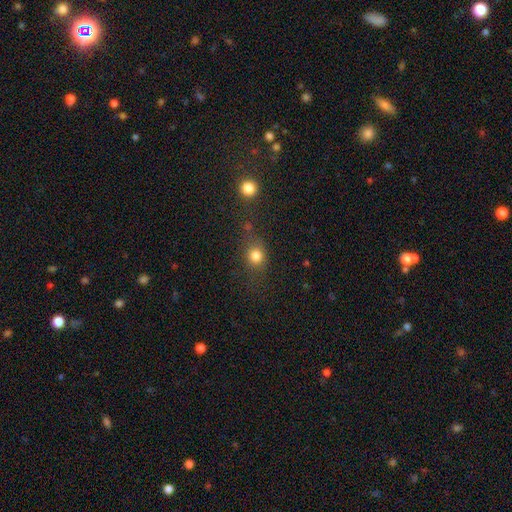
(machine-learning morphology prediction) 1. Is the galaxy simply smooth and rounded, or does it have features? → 79% smooth, 14% star or artifact, 7% featured or disk.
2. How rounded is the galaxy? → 75% round, 23% in between, 2% cigar-shaped.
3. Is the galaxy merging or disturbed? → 66% none, 17% minor disturbance, 9% major disturbance, 9% merger.